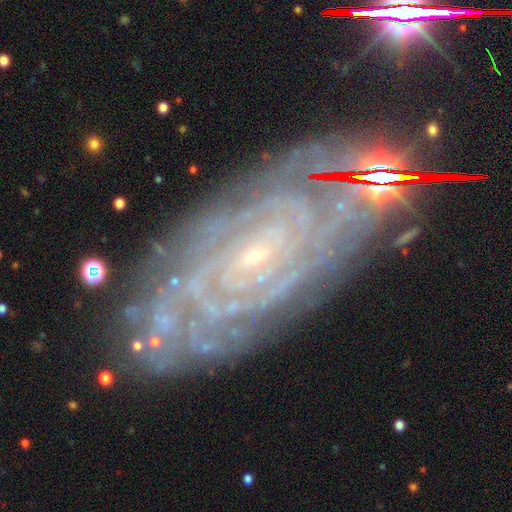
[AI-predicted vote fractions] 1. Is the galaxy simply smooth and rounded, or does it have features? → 87% featured or disk, 7% star or artifact, 6% smooth.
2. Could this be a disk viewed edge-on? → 95% no, 5% yes.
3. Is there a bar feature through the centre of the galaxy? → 53% no, 33% weak, 14% strong.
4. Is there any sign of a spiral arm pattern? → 97% yes, 3% no.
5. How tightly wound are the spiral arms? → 81% tight, 16% medium, 3% loose.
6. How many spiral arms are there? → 33% can't tell, 17% 2, 16% 4, 14% more than 4, 13% 3, 8% 1.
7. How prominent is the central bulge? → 84% small, 10% moderate, 4% none, 1% large, 1% dominant.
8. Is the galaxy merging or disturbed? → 73% none, 17% minor disturbance, 6% major disturbance, 3% merger.